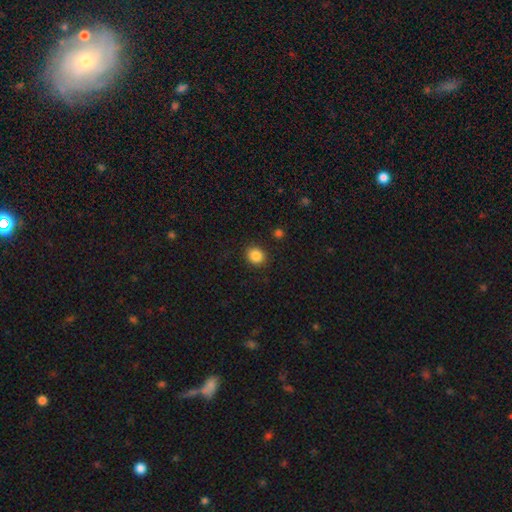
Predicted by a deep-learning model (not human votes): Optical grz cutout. It shows a smooth galaxy with no disk features (86%) that is round (75%). Merging: none (89%).